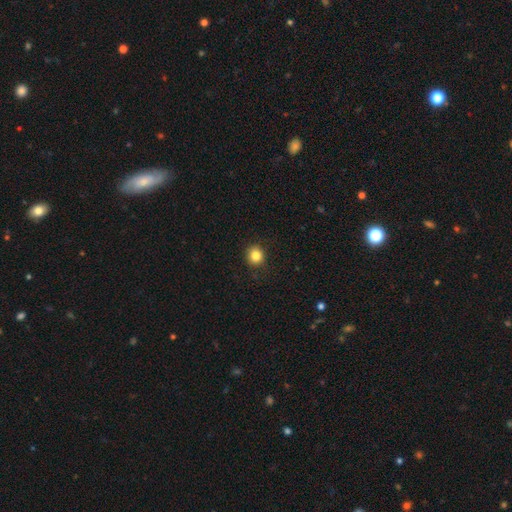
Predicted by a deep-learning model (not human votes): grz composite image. It shows a smooth galaxy with no disk features (84%) that is round (88%). Merging: none (89%).